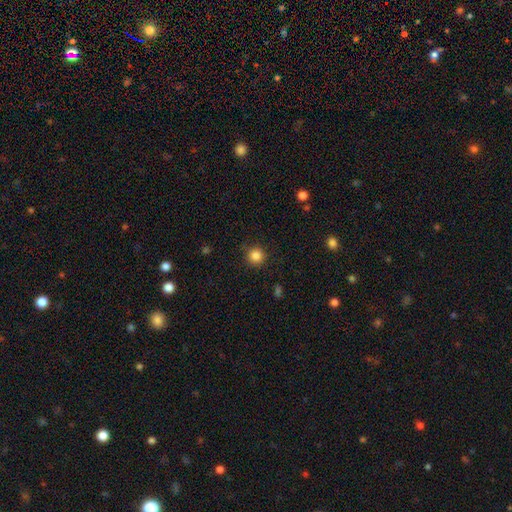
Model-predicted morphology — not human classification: Smooth or featured? Predicted: smooth (p=0.85). How rounded? Predicted: round (p=0.95). Merging? Predicted: none (p=0.88).